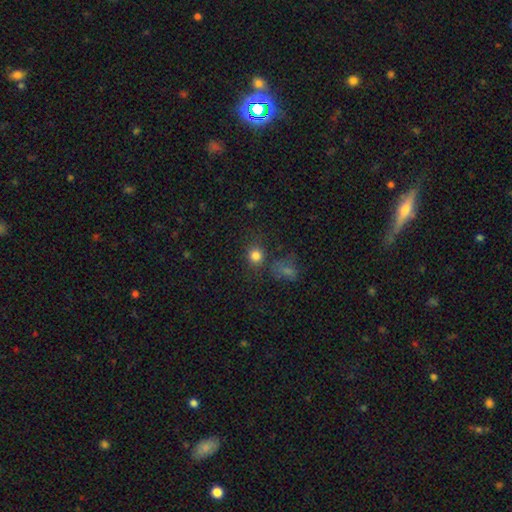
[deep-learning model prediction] A smooth galaxy with no disk features (80%) that is round (86%). Merging: none (72%).